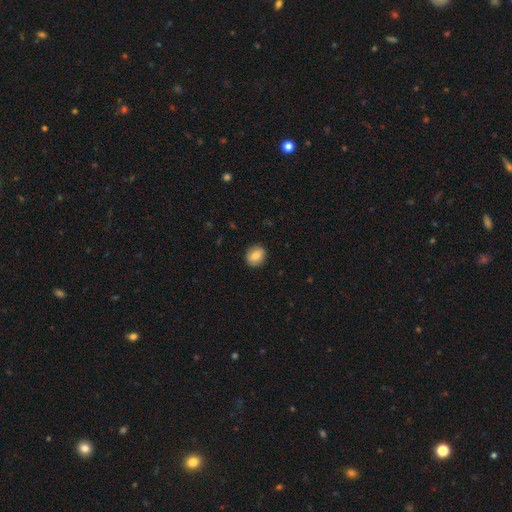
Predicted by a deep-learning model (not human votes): smooth-or-featured: smooth: 80% | featured or disk: 12% | star or artifact: 8%
  how-rounded: round: 68% | in between: 31% | cigar-shaped: 1%
  merging: none: 89% | minor disturbance: 8% | major disturbance: 2% | merger: 1%